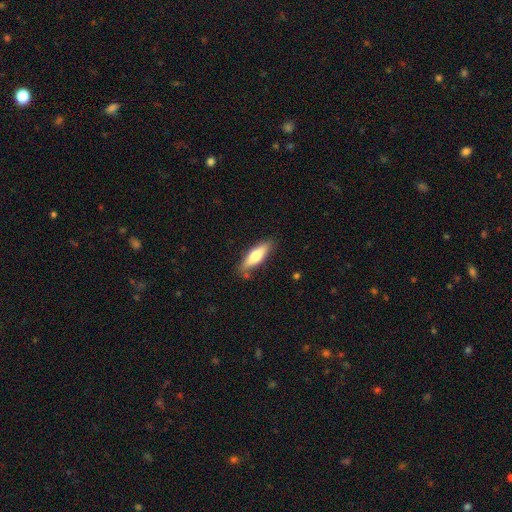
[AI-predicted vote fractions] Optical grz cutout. It shows a smooth galaxy with no disk features (64%) that is cigar-shaped (53%). Merging: none (81%).